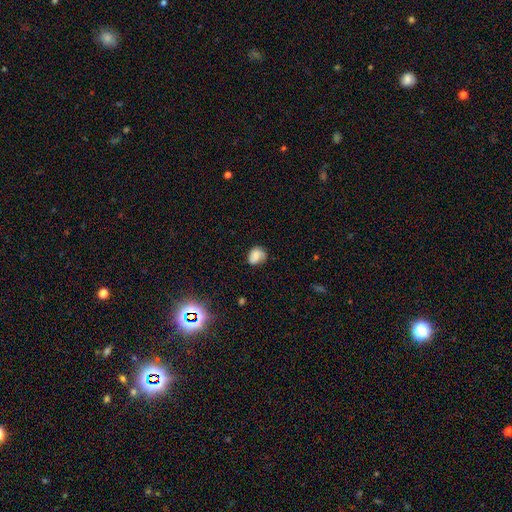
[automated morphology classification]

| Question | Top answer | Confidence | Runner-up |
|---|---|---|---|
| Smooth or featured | smooth | 73% | featured or disk (16%) |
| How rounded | round | 54% | in between (45%) |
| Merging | none | 59% | minor disturbance (30%) |